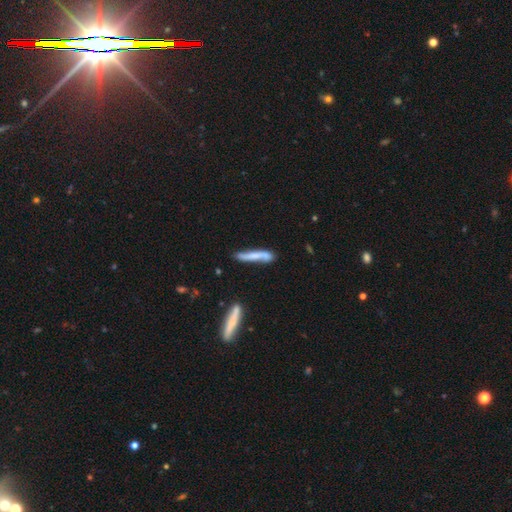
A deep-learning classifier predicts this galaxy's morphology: smooth-or-featured: smooth: 57% | featured or disk: 37% | star or artifact: 6%
  how-rounded: cigar-shaped: 93% | in between: 6% | round: 2%
  merging: none: 65% | minor disturbance: 23% | merger: 7% | major disturbance: 5%